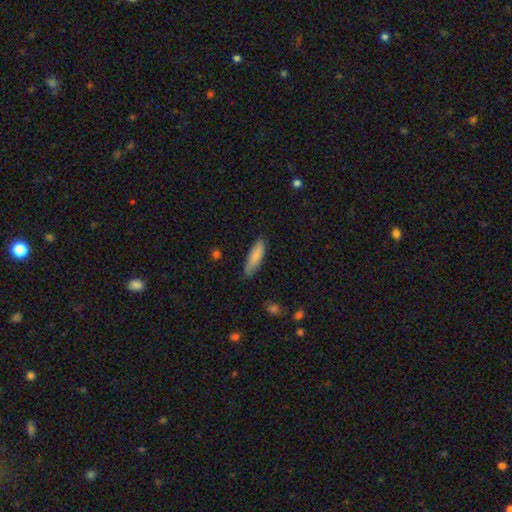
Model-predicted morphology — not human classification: Overall: smooth (84%). How rounded: cigar-shaped (55%; in between 43%). Merging: none (78%).